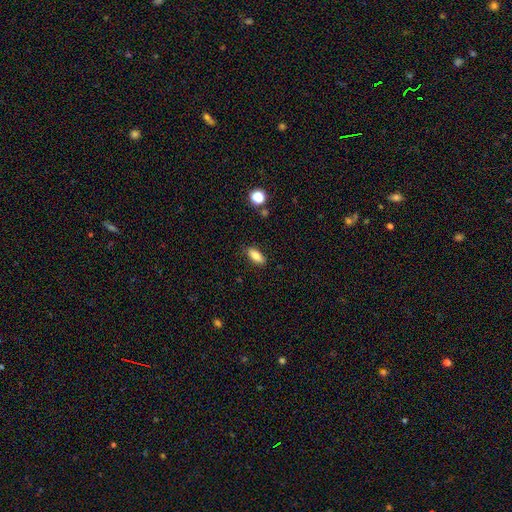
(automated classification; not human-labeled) smooth 83%, featured or disk 9%, star or artifact 8%. Down the decision tree: how rounded — in between (79%); merging — none (85%).